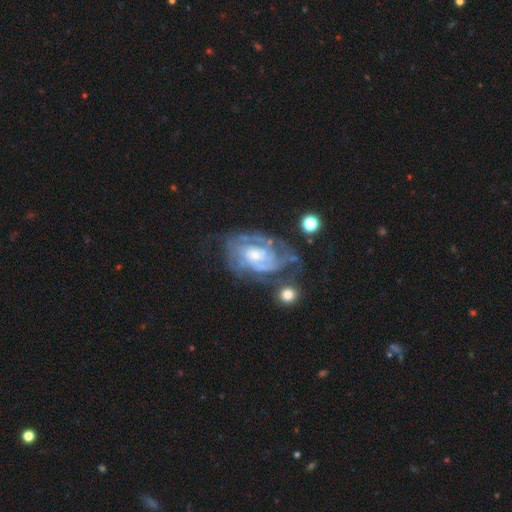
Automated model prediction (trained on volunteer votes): Smooth or featured: featured or disk — 85% (smooth — 9%)
Edge-on disk: no — 97% (yes — 3%)
Bar: no — 70% (weak — 24%)
Spiral arms: yes — 92% (no — 8%)
Spiral winding: tight — 63% (medium — 29%)
Spiral arm count: can't tell — 40% (2 — 23%)
Bulge size: small — 51% (moderate — 39%)
Merging: none — 48% (minor disturbance — 24%)